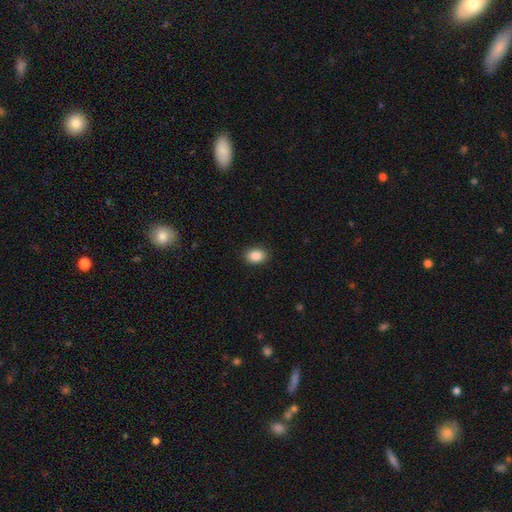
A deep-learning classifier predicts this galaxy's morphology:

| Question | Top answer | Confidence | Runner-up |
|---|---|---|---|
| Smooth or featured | smooth | 89% | star or artifact (8%) |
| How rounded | in between | 74% | round (25%) |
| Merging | none | 90% | minor disturbance (7%) |